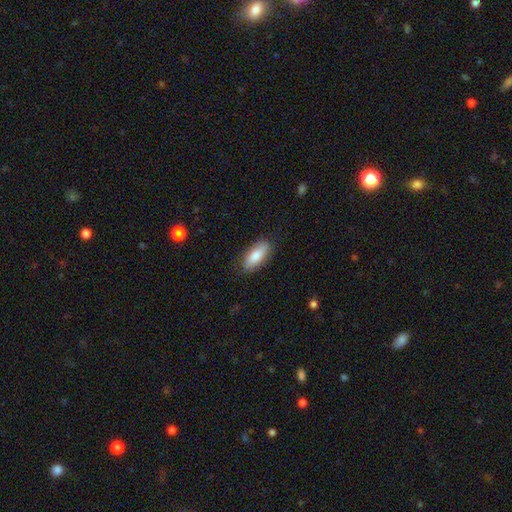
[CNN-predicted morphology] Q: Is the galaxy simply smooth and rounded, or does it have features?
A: smooth — 82%.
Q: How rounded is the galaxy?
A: in between — 80%.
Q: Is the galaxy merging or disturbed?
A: none — 84%.